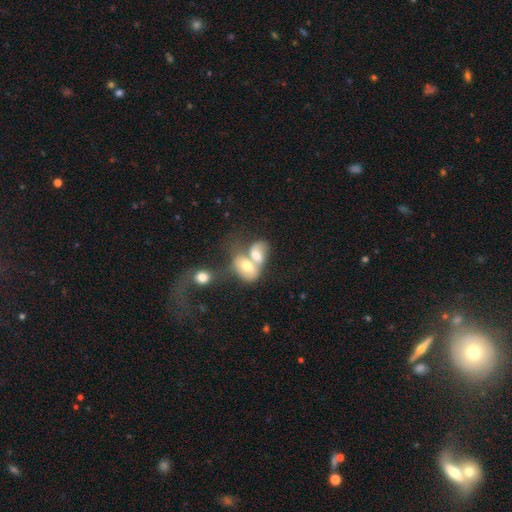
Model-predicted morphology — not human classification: smooth_or_featured: smooth (p=0.45) [alt: featured or disk p=0.44]
merging: merger (p=0.77) [alt: major disturbance p=0.10]